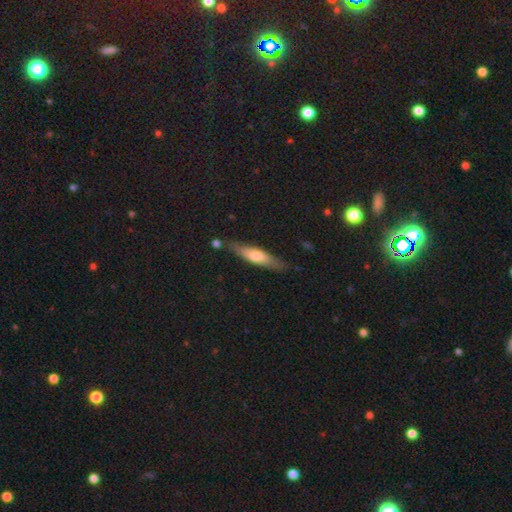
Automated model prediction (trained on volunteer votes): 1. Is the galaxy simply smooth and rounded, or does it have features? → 57% smooth, 37% featured or disk, 6% star or artifact.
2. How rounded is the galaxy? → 80% cigar-shaped, 19% in between, 2% round.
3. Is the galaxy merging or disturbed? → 80% none, 14% minor disturbance, 3% merger, 3% major disturbance.